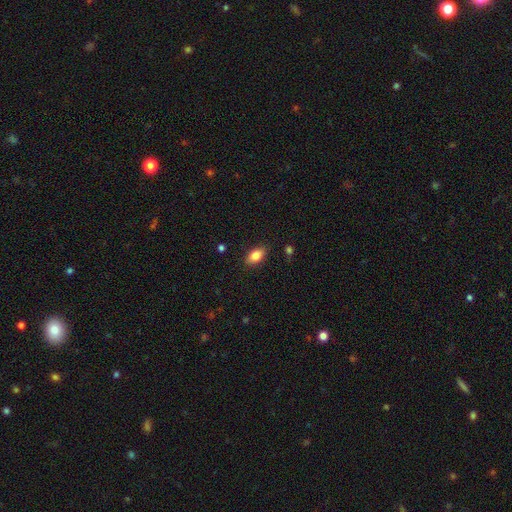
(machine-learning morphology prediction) A smooth galaxy with no disk features (83%) that is in between round and cigar-shaped (89%).

Vote fractions:
- Smooth or featured? smooth: 83% / featured or disk: 9% / star or artifact: 8%
- How rounded? in between: 89% / round: 8% / cigar-shaped: 3%
- Merging? none: 86% / minor disturbance: 10% / major disturbance: 2% / merger: 1%